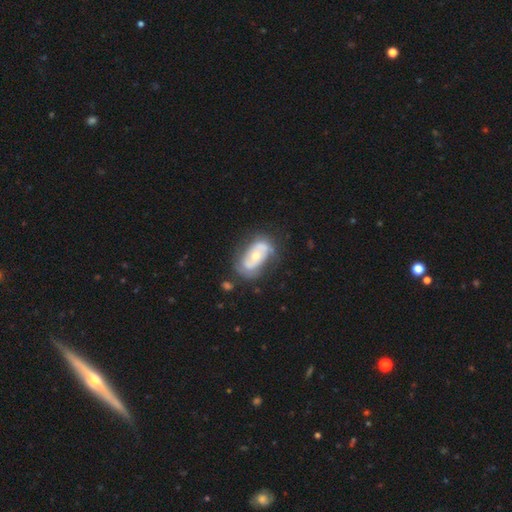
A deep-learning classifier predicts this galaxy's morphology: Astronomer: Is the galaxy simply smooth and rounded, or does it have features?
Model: featured or disk — 67%.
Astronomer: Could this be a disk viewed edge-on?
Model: no — 94%.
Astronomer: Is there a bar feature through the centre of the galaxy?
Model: no — 69%.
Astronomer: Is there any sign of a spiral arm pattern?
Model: yes — 67%.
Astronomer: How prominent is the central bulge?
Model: moderate — 59% (runner-up: small, 35%).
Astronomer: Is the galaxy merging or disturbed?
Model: none — 64%.